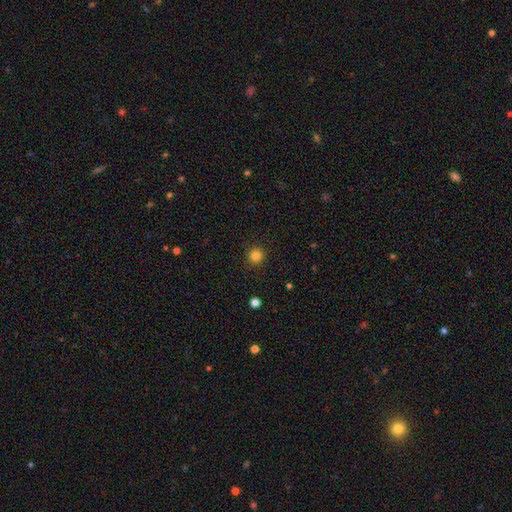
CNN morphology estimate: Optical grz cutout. It shows a smooth galaxy with no disk features (83%) that is round (95%). Merging: none (92%).